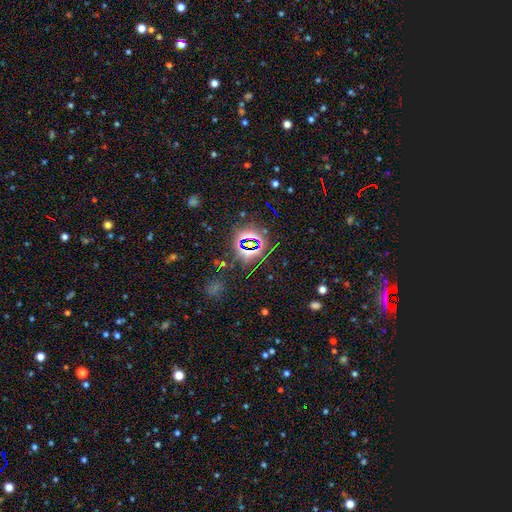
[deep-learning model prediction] Q: Smooth or featured?
A: star or artifact (80%); runner-up: smooth (13%)